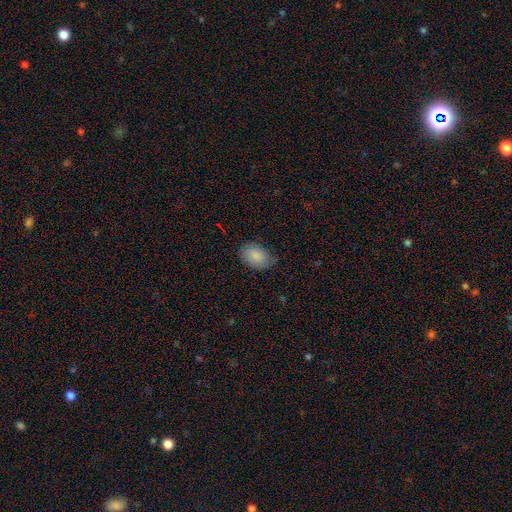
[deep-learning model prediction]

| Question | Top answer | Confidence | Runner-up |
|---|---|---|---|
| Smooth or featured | smooth | 84% | featured or disk (9%) |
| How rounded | in between | 85% | round (14%) |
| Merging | none | 73% | minor disturbance (22%) |